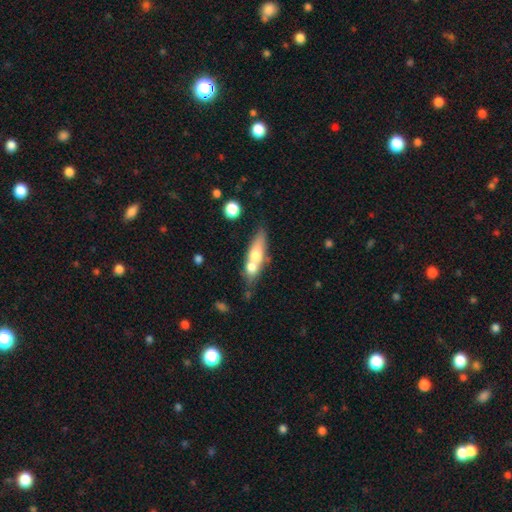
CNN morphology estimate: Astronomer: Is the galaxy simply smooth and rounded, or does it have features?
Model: smooth — 56% (runner-up: featured or disk, 37%).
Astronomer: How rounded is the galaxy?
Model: in between — 46% (runner-up: cigar-shaped, 45%).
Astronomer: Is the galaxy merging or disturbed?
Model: merger — 46% (runner-up: none, 36%).